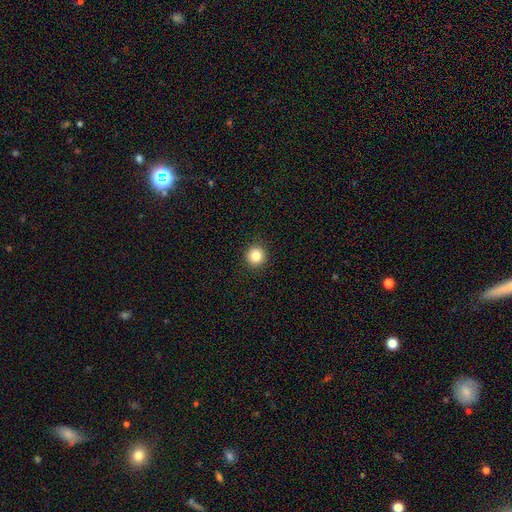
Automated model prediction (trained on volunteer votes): smooth 84%, star or artifact 11%, featured or disk 5%. Down the decision tree: how rounded — round (94%); merging — none (93%).